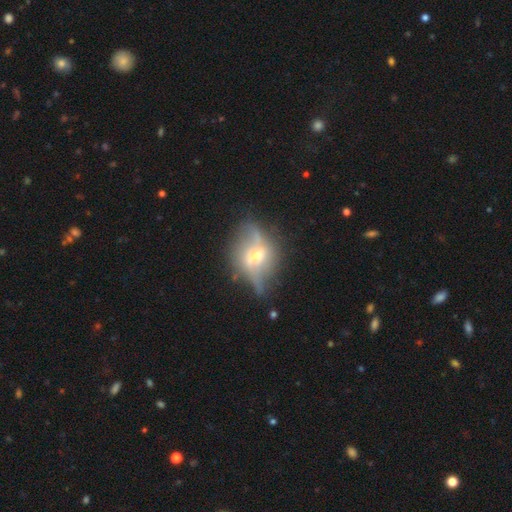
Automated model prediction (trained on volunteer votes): This is likely a featured or disk galaxy (80%). It is likely not viewed edge-on (67%). Bar: marginally strong (37%). Spiral arm pattern: likely yes (70%). Central bulge: possibly moderate (50%). Merging: possibly none (58%).